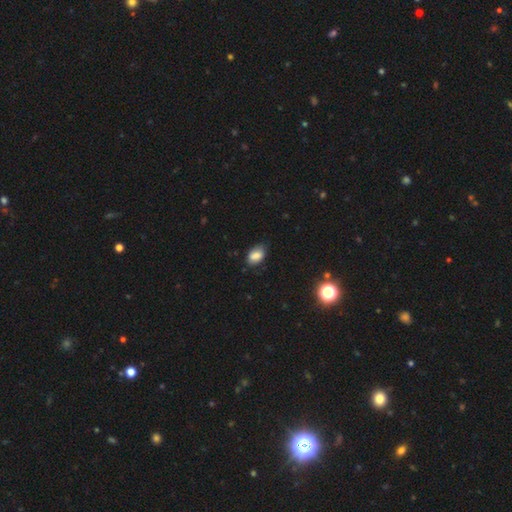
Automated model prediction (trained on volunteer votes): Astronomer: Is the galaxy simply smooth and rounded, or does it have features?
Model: smooth — 83%.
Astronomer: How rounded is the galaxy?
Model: in between — 88%.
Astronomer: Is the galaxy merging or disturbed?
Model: none — 68%.